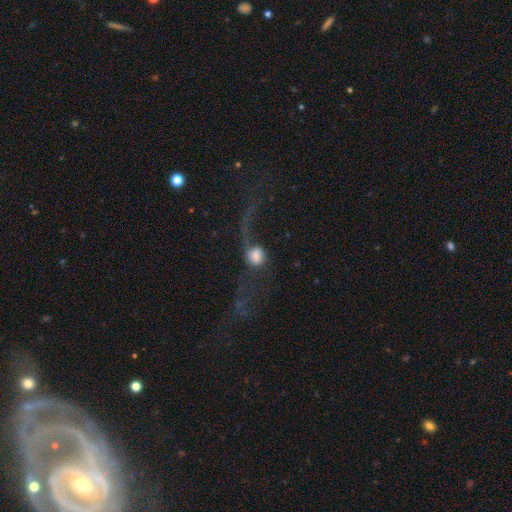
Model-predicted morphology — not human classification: smooth 54%, featured or disk 36%, star or artifact 11%. Down the decision tree: how rounded — round (68%); merging — major disturbance (56%).